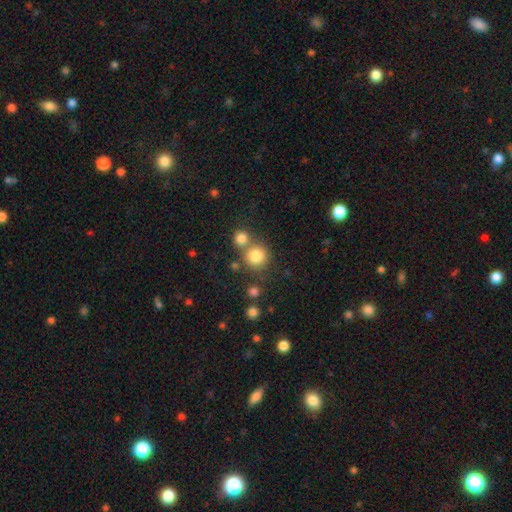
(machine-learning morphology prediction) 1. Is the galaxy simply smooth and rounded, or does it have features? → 80% smooth, 12% star or artifact, 8% featured or disk.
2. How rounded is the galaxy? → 91% round, 9% in between, 1% cigar-shaped.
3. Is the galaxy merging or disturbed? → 60% none, 29% merger, 8% minor disturbance, 3% major disturbance.